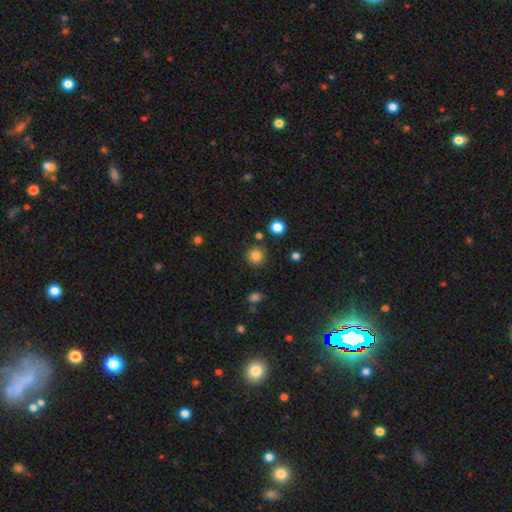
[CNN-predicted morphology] A smooth galaxy with no disk features (82%) that is round (93%). Merging: none (87%).